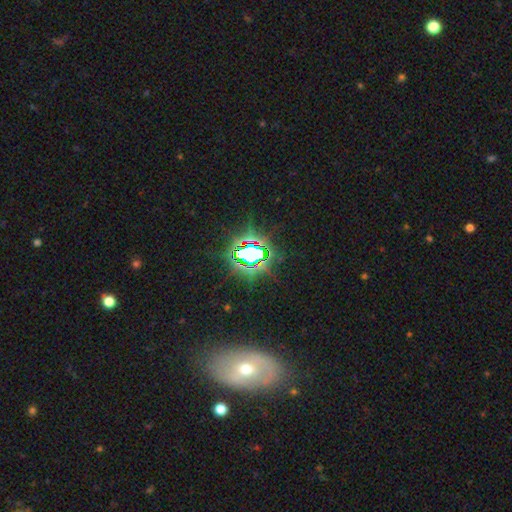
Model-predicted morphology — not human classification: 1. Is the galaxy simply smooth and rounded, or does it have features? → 70% star or artifact, 16% smooth, 13% featured or disk.